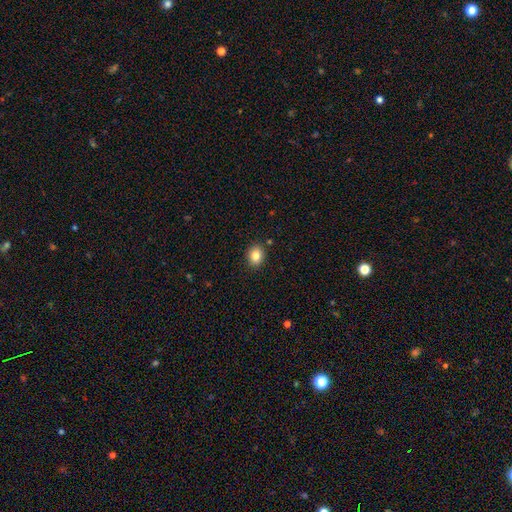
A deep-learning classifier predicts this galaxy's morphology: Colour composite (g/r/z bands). It shows a smooth galaxy with no disk features (84%) that is round (52%). Merging: none (88%).